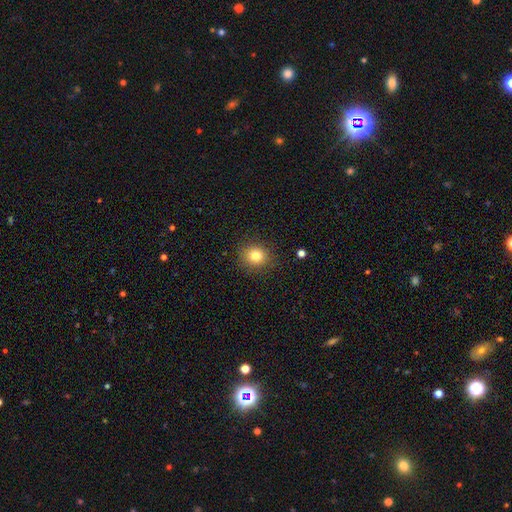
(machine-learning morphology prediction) Q: Smooth or featured?
A: smooth (81%); runner-up: star or artifact (12%)
Q: How rounded?
A: round (79%); runner-up: in between (20%)
Q: Merging?
A: none (88%); runner-up: minor disturbance (8%)